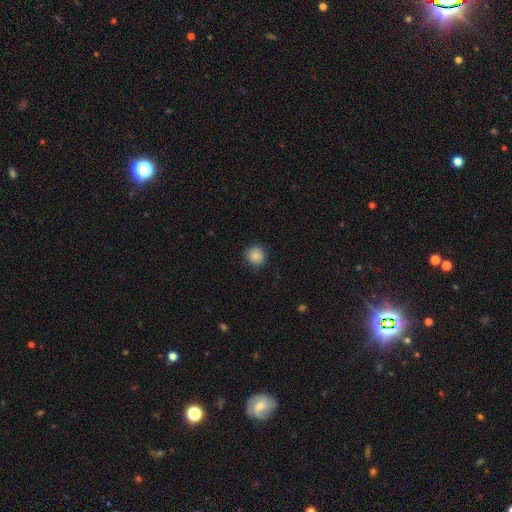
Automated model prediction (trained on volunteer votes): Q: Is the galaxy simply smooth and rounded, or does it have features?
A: smooth — 87%.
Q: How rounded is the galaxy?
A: round — 91%.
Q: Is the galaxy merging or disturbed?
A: none — 87%.